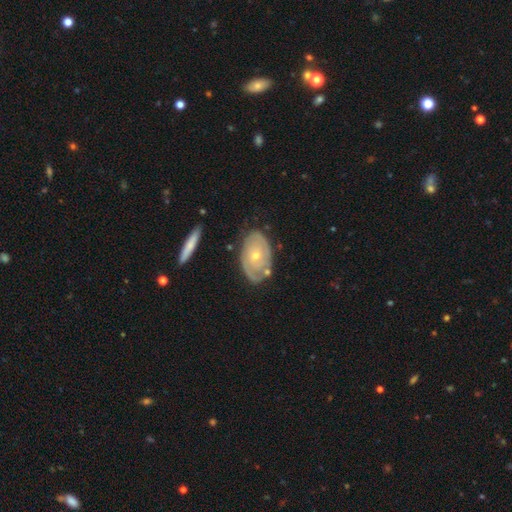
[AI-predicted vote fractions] Overall: featured or disk (74%). Edge-on disk: no (94%). Bar: no (84%). Spiral arms: yes (80%). Spiral arm count: can't tell (41%; 2 37%). Spiral winding: tight (73%). Bulge size: small (60%; moderate 37%). Merging: none (70%).